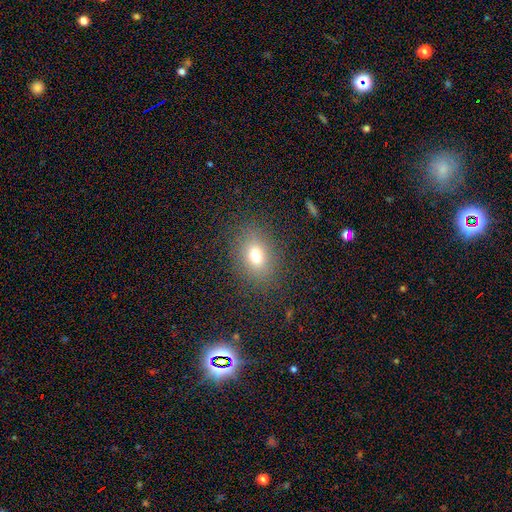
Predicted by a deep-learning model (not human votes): smooth-or-featured: smooth: 73% | star or artifact: 15% | featured or disk: 12%
  how-rounded: in between: 62% | round: 37% | cigar-shaped: 2%
  merging: none: 85% | minor disturbance: 9% | major disturbance: 5% | merger: 1%